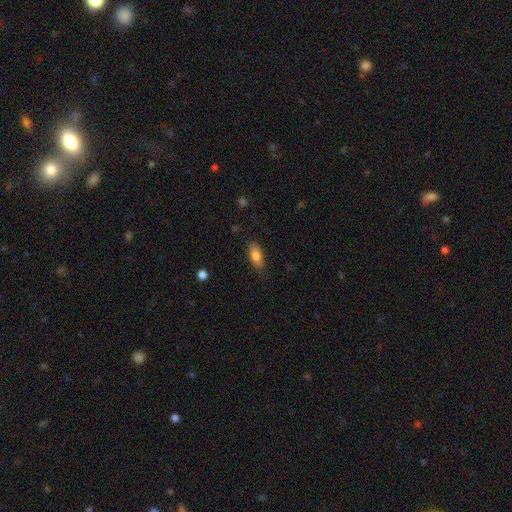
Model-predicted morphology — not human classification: Smooth or featured?
  - smooth: 82% *
  - featured or disk: 11%
  - star or artifact: 7%
How rounded?
  - in between: 83% *
  - cigar-shaped: 14%
  - round: 3%
Merging?
  - none: 84% *
  - minor disturbance: 13%
  - major disturbance: 3%
  - merger: 1%